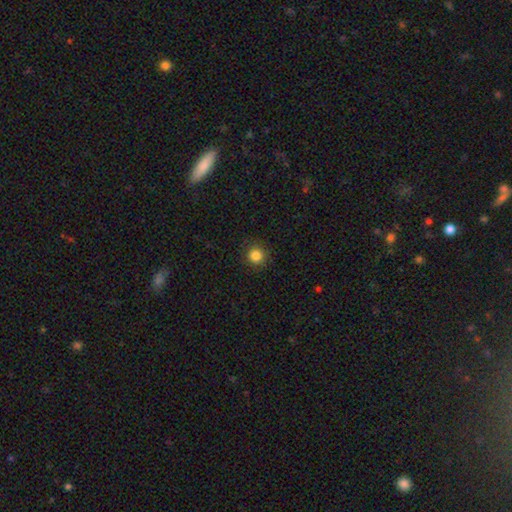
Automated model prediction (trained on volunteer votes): A smooth galaxy with no disk features (85%) that is round (95%). Merging: none (91%).